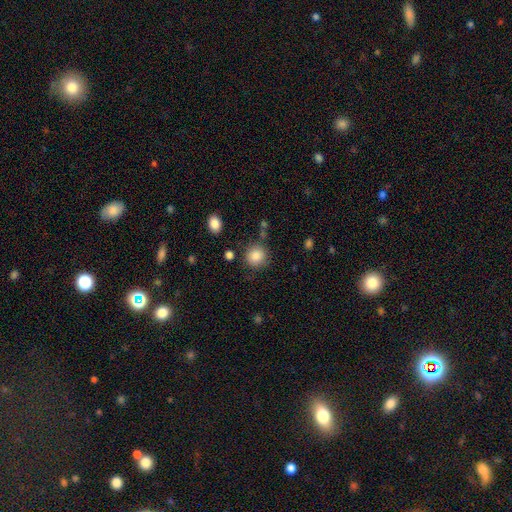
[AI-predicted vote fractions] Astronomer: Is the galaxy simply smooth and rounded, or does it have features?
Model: smooth — 86%.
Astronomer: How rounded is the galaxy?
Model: round — 89%.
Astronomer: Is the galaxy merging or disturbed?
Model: none — 82%.